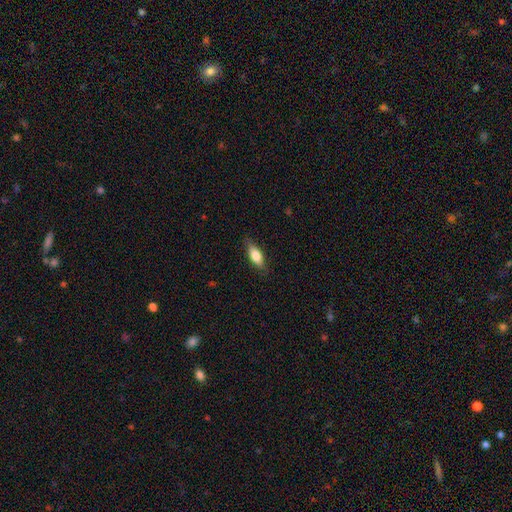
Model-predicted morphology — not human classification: This is likely a smooth galaxy (73%). How rounded: likely in between (71%). Merging: clearly none (82%).